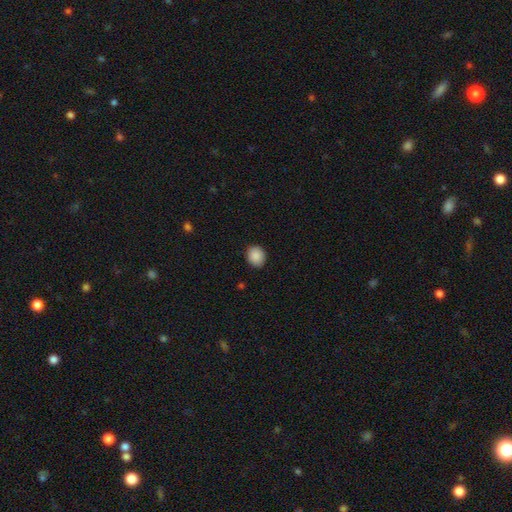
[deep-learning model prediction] Smooth or featured: smooth — 89% (star or artifact — 8%)
How rounded: round — 70% (in between — 29%)
Merging: none — 89% (minor disturbance — 8%)